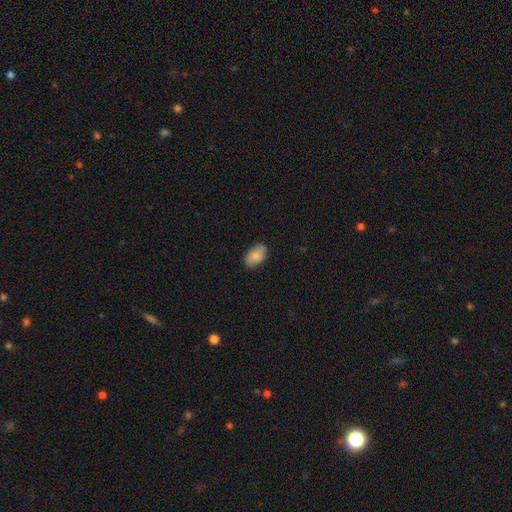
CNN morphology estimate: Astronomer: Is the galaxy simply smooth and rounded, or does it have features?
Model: smooth — 86%.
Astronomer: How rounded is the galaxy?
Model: in between — 93%.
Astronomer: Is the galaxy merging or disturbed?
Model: none — 84%.